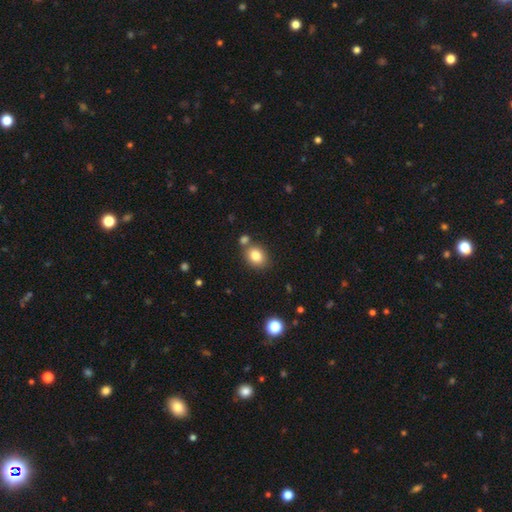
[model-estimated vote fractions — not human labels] smooth 83%, star or artifact 10%, featured or disk 8%. Down the decision tree: how rounded — in between (56%); merging — none (72%).